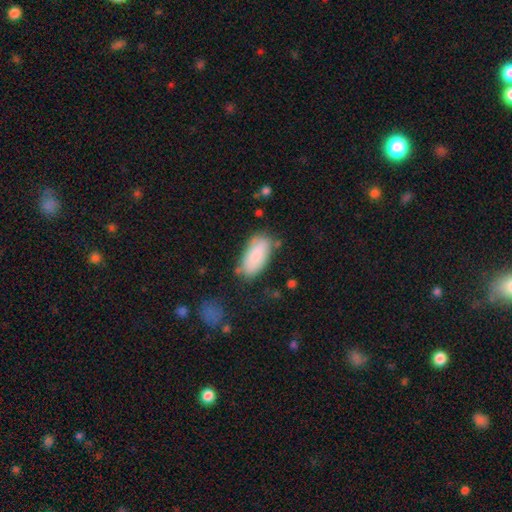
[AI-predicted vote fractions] Morphology: type=smooth (83%); roundness=in between (89%); merging=none (68%).